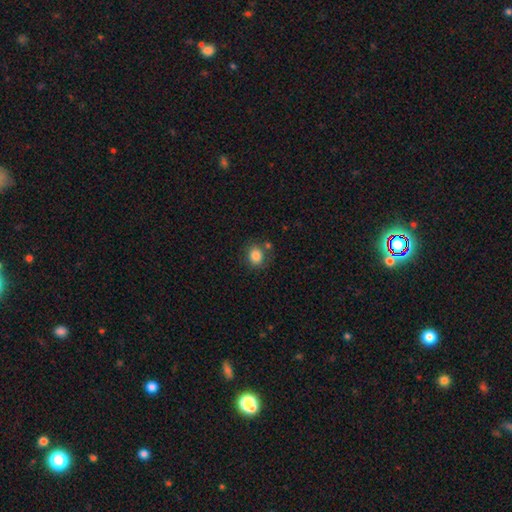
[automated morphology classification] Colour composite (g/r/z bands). It shows a smooth galaxy with no disk features (84%) that is round (69%). Merging: none (72%).